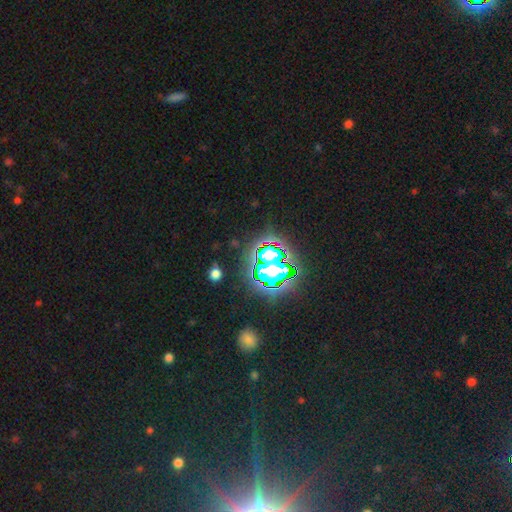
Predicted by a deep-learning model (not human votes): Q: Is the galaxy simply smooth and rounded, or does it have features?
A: star or artifact — 72%.